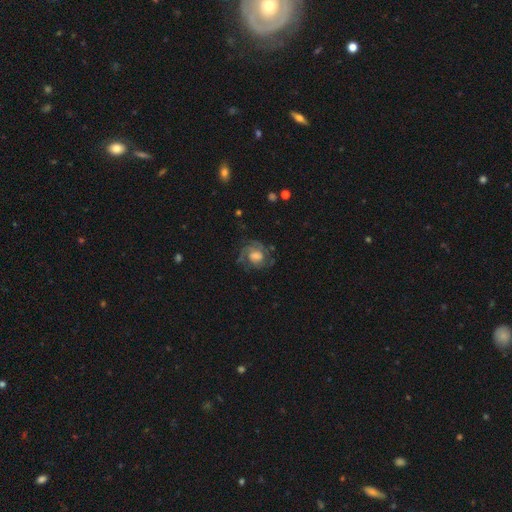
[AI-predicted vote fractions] This is likely a featured or disk galaxy (74%). It is clearly not viewed edge-on (97%). Bar: possibly no (59%). Spiral arm pattern: clearly yes (91%). Spiral arm count: marginally 2 (33%). Spiral winding: possibly tight (50%). Central bulge: marginally moderate (44%). Merging: likely none (67%).